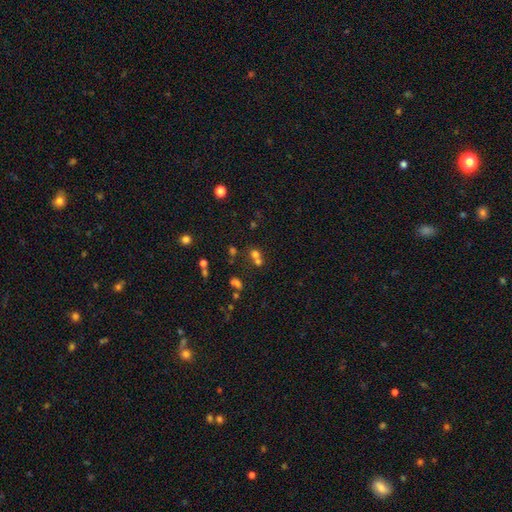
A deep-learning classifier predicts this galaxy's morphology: smooth 61%, star or artifact 26%, featured or disk 13%. Down the decision tree: how rounded — round (77%); merging — merger (47%).